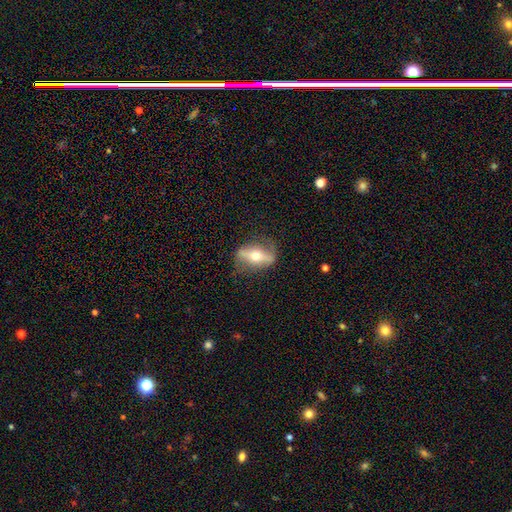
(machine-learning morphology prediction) A featured or disk galaxy (70%). Merging: none (75%).